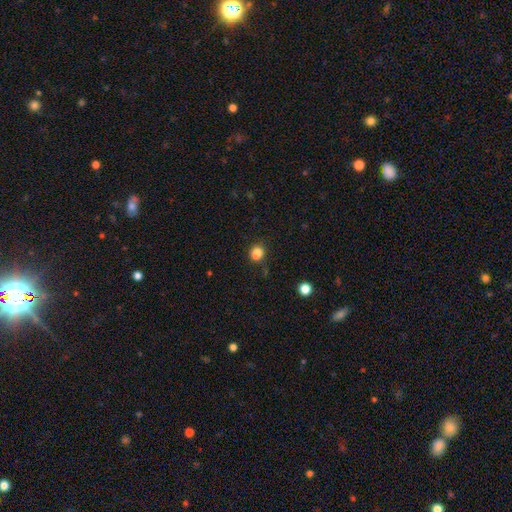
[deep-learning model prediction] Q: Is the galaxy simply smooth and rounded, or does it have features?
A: smooth — 81%.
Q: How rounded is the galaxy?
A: round — 68%.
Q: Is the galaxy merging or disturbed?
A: none — 66%.